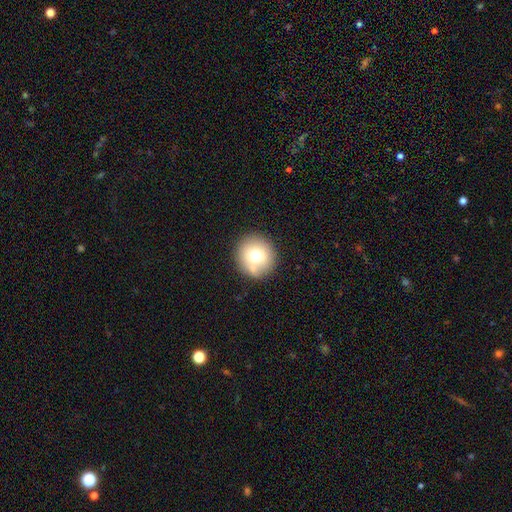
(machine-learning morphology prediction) Smooth or featured? smooth (71%)
How rounded? round (91%)
Merging? none (79%)